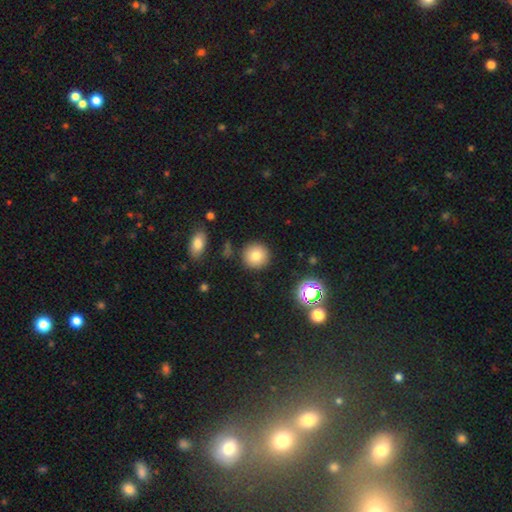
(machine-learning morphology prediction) Smooth or featured: smooth — 80% (star or artifact — 11%)
How rounded: round — 92% (in between — 7%)
Merging: none — 88% (minor disturbance — 7%)